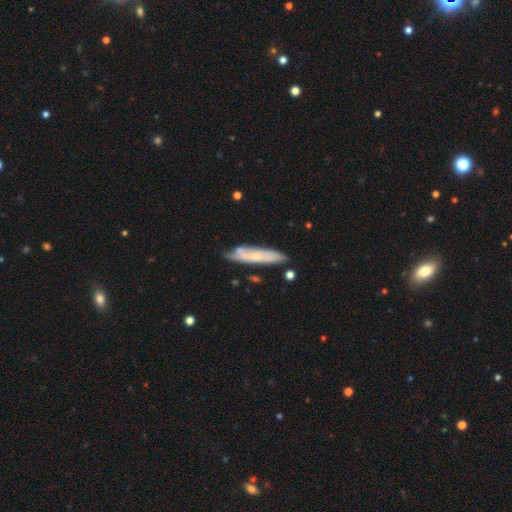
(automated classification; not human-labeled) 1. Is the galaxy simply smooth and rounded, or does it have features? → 49% featured or disk, 44% smooth, 7% star or artifact.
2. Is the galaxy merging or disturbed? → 67% none, 22% minor disturbance, 6% merger, 5% major disturbance.